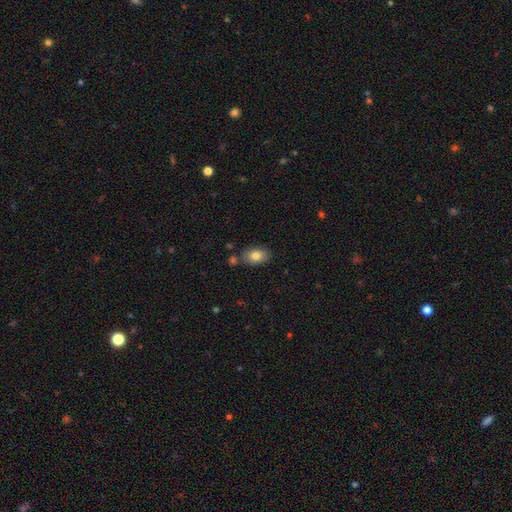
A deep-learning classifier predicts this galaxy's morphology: This is clearly a smooth galaxy (81%). How rounded: clearly in between (86%). Merging: likely none (76%).